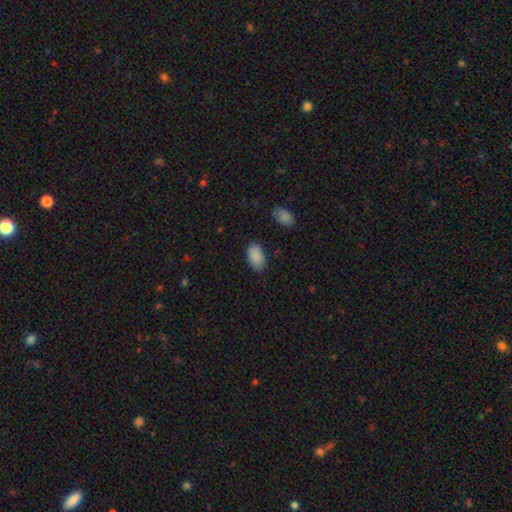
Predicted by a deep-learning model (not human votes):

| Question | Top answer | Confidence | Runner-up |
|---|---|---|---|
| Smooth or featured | smooth | 89% | star or artifact (7%) |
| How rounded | in between | 94% | round (5%) |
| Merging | none | 84% | minor disturbance (12%) |